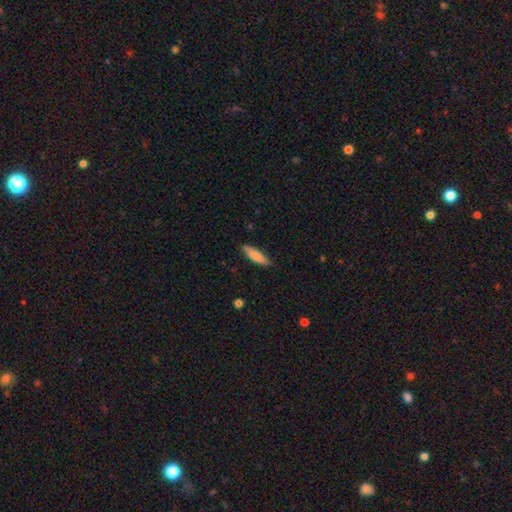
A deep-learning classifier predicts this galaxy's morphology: smooth 79%, featured or disk 15%, star or artifact 6%. Down the decision tree: how rounded — cigar-shaped (61%); merging — none (83%).